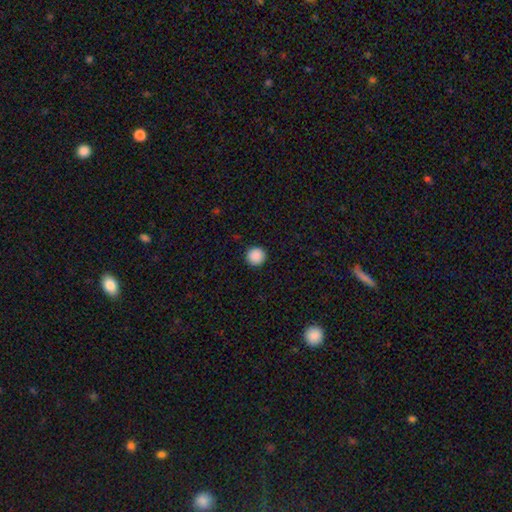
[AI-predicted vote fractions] smooth-or-featured: smooth: 89% | star or artifact: 8% | featured or disk: 2%
  how-rounded: round: 96% | in between: 3% | cigar-shaped: 1%
  merging: none: 93% | minor disturbance: 5% | major disturbance: 2% | merger: 1%